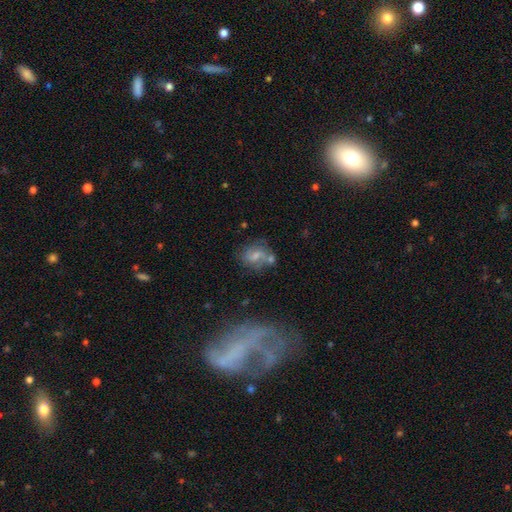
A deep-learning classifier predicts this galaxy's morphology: Smooth or featured: featured or disk — 54% (smooth — 35%)
Edge-on disk: no — 97% (yes — 3%)
Bar: weak — 50% (no — 35%)
Spiral arms: yes — 79% (no — 21%)
Bulge size: small — 42% (moderate — 36%)
Merging: none — 49% (merger — 21%)